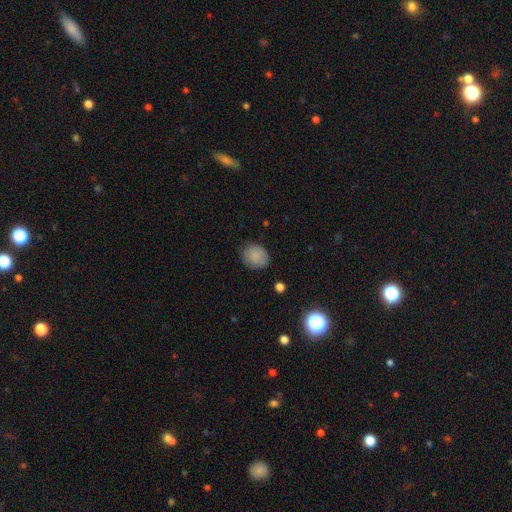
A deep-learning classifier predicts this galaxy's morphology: This appears to be a smooth galaxy with no disk features (86%) that is round (67%). Merging: none (82%).